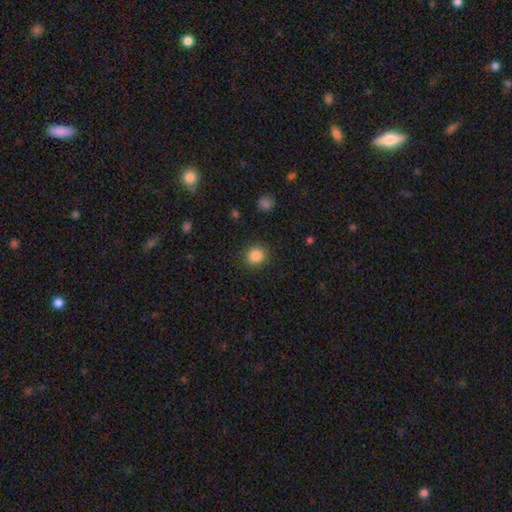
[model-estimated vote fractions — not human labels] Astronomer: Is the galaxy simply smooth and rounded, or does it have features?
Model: smooth — 85%.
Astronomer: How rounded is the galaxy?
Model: round — 87%.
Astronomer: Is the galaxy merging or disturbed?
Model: none — 90%.